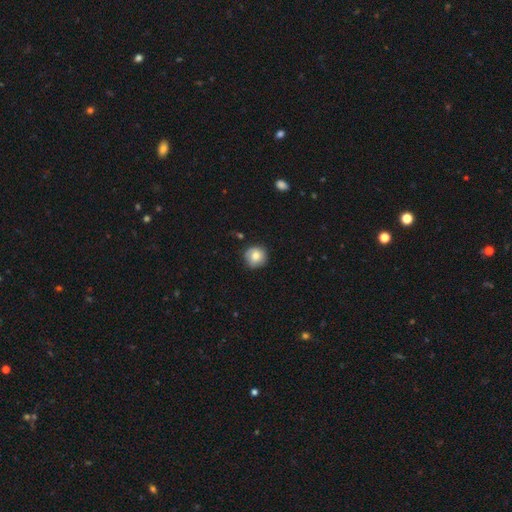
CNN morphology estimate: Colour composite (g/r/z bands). It shows a smooth galaxy with no disk features (76%) that is round (92%). Merging: none (80%).